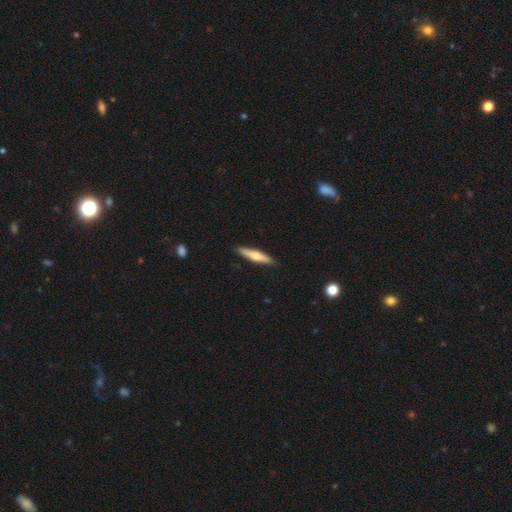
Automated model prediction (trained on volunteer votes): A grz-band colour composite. It shows a smooth galaxy with no disk features (49%). Merging: none (91%).